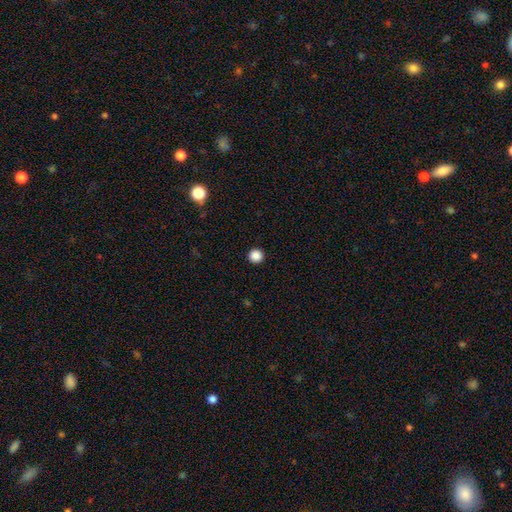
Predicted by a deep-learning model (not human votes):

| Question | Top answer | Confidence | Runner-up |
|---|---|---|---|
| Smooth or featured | smooth | 87% | star or artifact (10%) |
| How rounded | round | 96% | in between (4%) |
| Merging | none | 93% | minor disturbance (4%) |